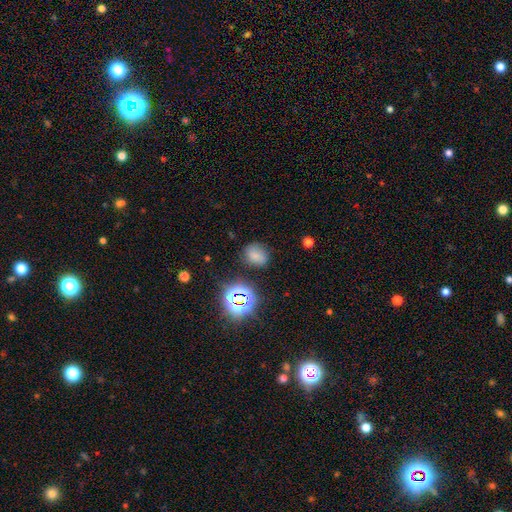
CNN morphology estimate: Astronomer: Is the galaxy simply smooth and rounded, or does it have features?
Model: smooth — 69%.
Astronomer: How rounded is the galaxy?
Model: in between — 50% (runner-up: round, 49%).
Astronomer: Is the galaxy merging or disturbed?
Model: none — 76%.